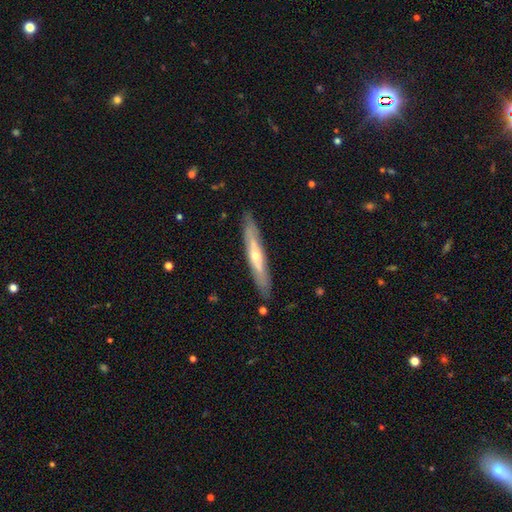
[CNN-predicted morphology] Smooth or featured?
  - featured or disk: 64% *
  - smooth: 30%
  - star or artifact: 6%
Edge-on disk?
  - yes: 81% *
  - no: 19%
Edge-on bulge?
  - rounded: 77% *
  - none: 21%
  - boxy: 2%
Merging?
  - none: 86% *
  - minor disturbance: 10%
  - major disturbance: 2%
  - merger: 1%